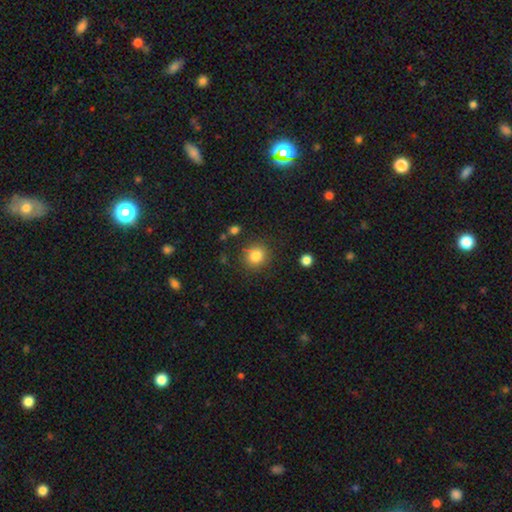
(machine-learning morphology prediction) smooth-or-featured: smooth: 83% | star or artifact: 11% | featured or disk: 6%
  how-rounded: round: 87% | in between: 13% | cigar-shaped: 1%
  merging: none: 86% | minor disturbance: 8% | major disturbance: 3% | merger: 2%